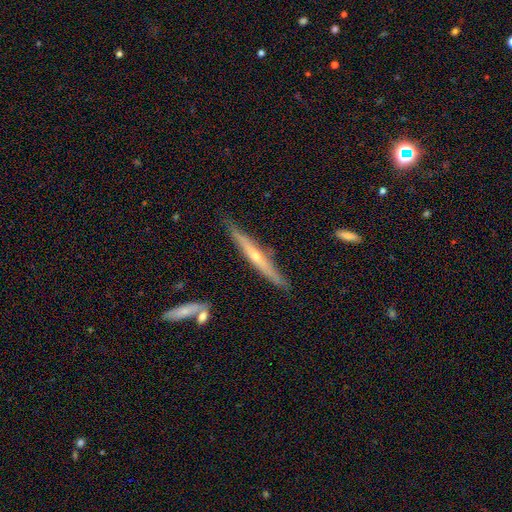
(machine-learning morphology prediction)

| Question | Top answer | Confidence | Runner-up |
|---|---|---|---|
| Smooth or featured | featured or disk | 70% | smooth (23%) |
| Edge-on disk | yes | 96% | no (4%) |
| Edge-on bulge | rounded | 73% | none (24%) |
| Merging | none | 85% | minor disturbance (11%) |